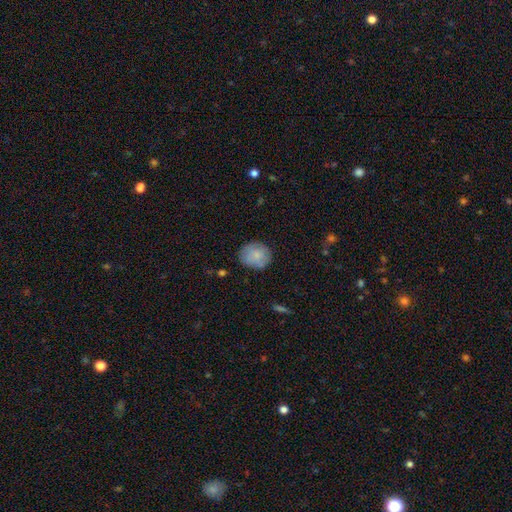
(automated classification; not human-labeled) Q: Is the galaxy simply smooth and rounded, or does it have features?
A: smooth — 79%.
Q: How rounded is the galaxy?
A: round — 78%.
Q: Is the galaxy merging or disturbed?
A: none — 79%.